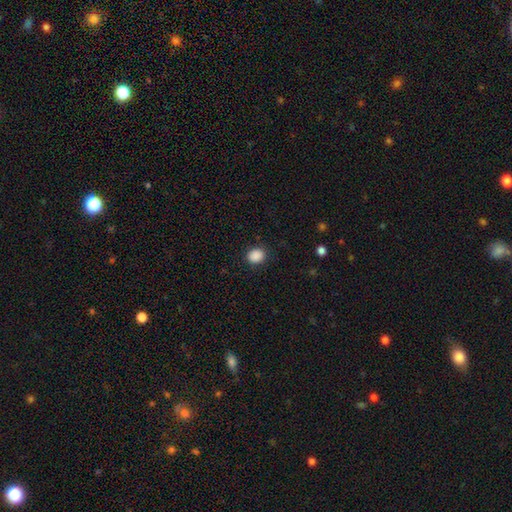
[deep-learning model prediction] This appears to be a smooth galaxy with no disk features (88%) that is round (59%). Merging: none (88%).